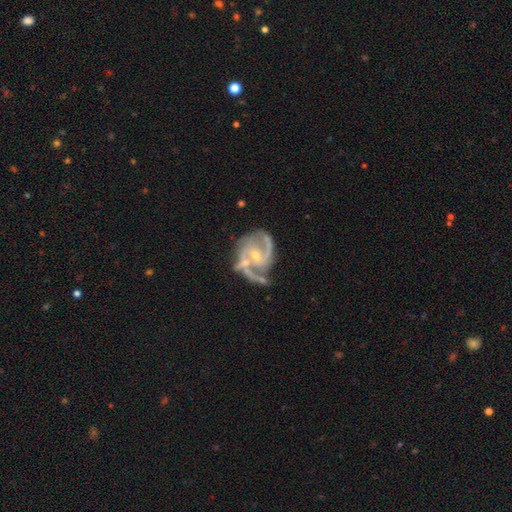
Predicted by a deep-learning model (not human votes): Morphology: type=featured or disk (90%); edge-on=no (98%); bar=no (46%); spiral arms=yes (97%); winding=medium (53%); arm count=2 (65%); bulge=small (63%); merging=none (42%).